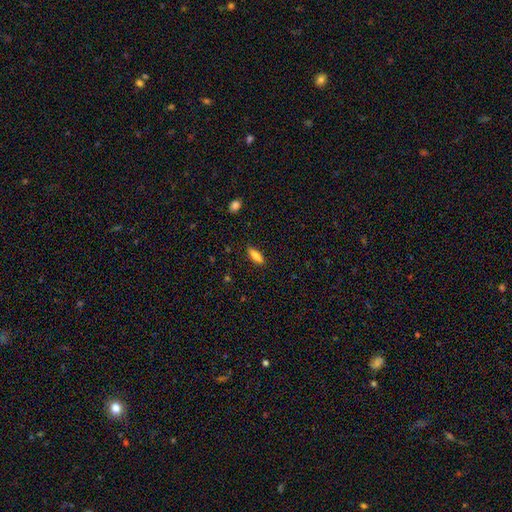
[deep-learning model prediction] A smooth galaxy with no disk features (78%) that is in between round and cigar-shaped (57%). Merging: none (87%).